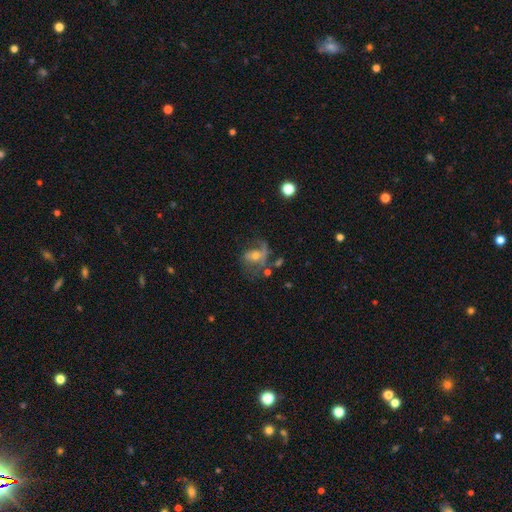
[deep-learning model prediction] Morphology: type=featured or disk (65%); edge-on=no (96%); bar=no (59%); spiral arms=yes (75%); bulge=moderate (49%); merging=none (37%).